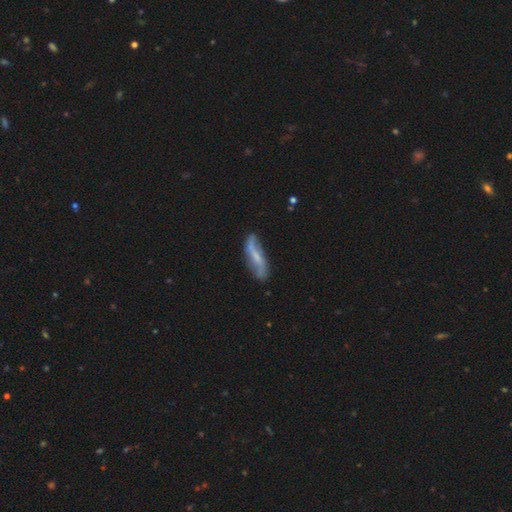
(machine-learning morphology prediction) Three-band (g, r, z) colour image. It shows a featured or disk galaxy (63%). Merging: none (64%).